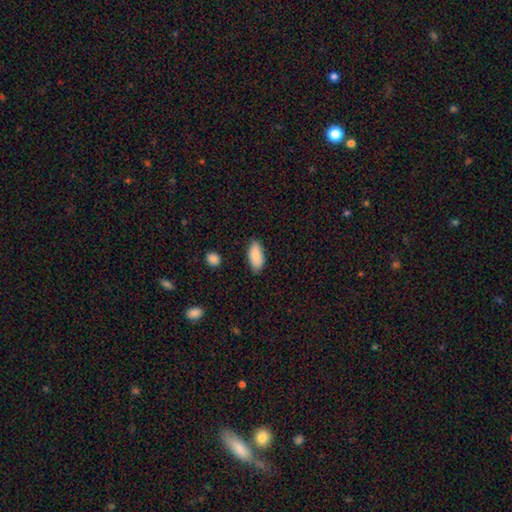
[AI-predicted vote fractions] smooth 87%, featured or disk 7%, star or artifact 6%. Down the decision tree: how rounded — in between (90%); merging — none (83%).